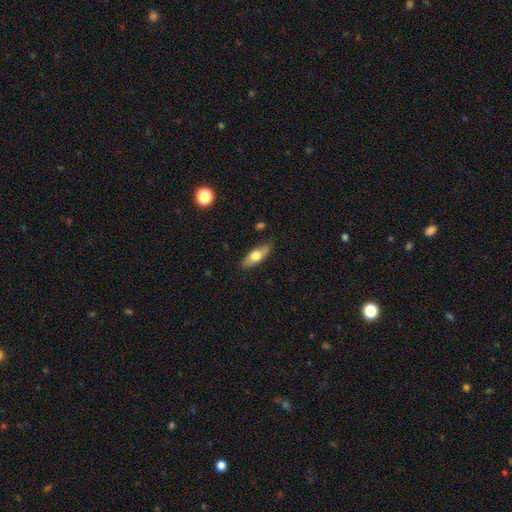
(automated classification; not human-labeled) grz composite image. It shows a smooth galaxy with no disk features (62%) that is in between round and cigar-shaped (68%). Merging: none (84%).